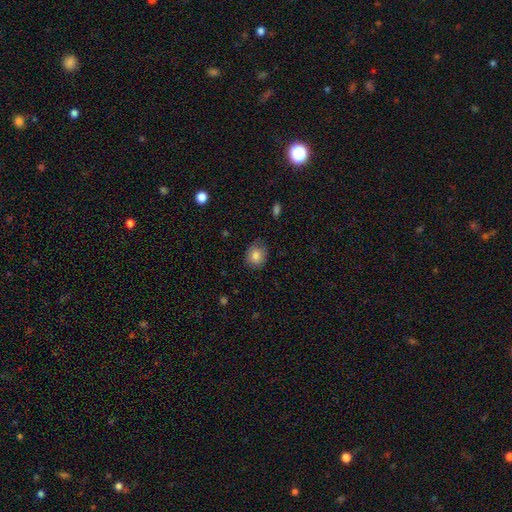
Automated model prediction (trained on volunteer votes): Q: Smooth or featured?
A: smooth (83%); runner-up: star or artifact (9%)
Q: How rounded?
A: round (62%); runner-up: in between (37%)
Q: Merging?
A: none (74%); runner-up: minor disturbance (20%)